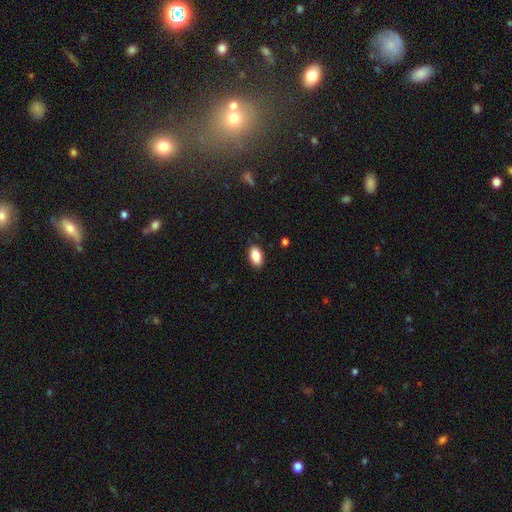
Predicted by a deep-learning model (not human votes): Smooth or featured? Predicted: smooth (p=0.86). How rounded? Predicted: in between (p=0.93). Merging? Predicted: none (p=0.88).